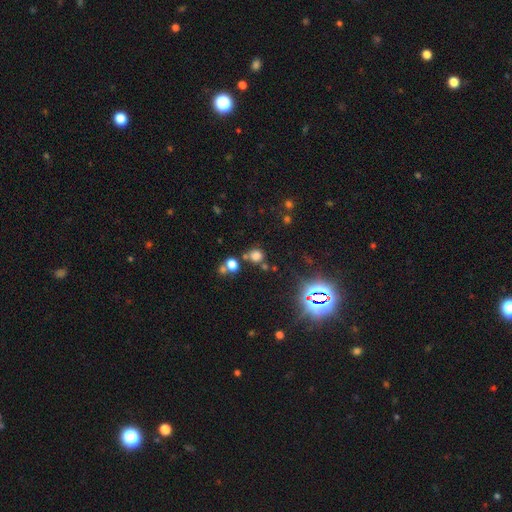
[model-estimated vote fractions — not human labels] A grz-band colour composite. It shows a smooth galaxy with no disk features (64%) that is round (86%). Merging: none (69%).